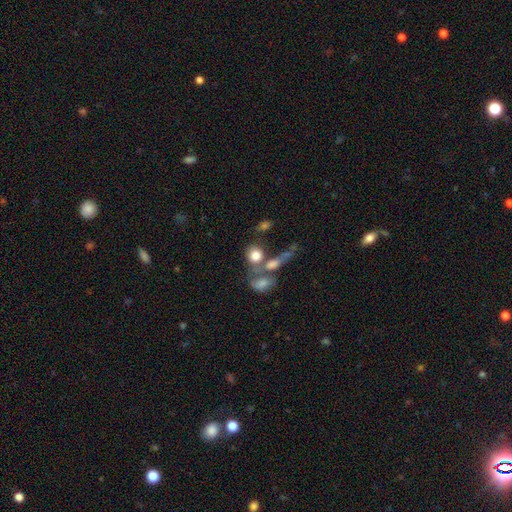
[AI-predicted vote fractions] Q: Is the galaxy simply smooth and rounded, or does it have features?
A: smooth — 73%.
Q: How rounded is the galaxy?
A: round — 63%.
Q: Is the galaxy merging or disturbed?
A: merger — 44%.